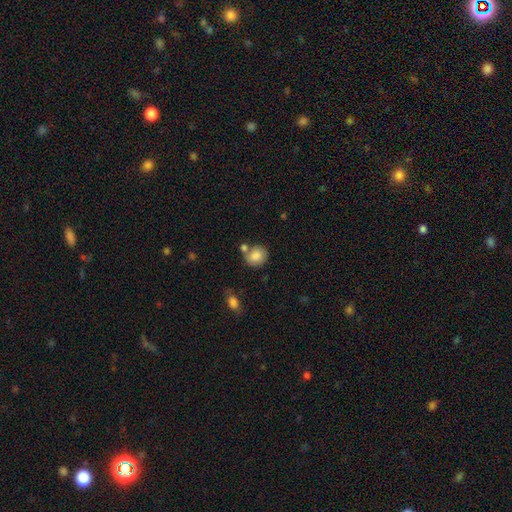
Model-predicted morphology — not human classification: This is clearly a smooth galaxy (84%). How rounded: likely round (72%). Merging: possibly none (60%).